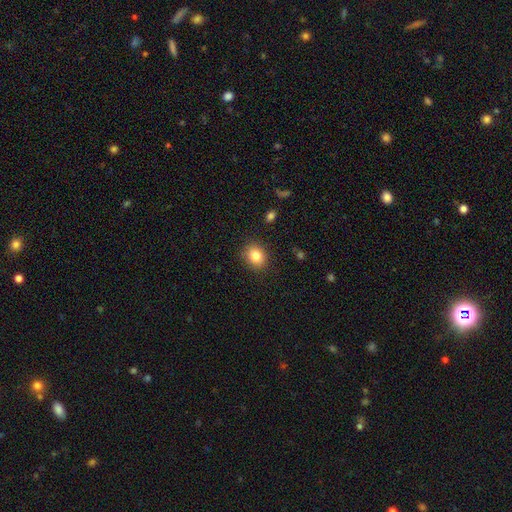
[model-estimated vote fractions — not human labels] This is clearly a smooth galaxy (84%). How rounded: likely round (61%). Merging: clearly none (87%).